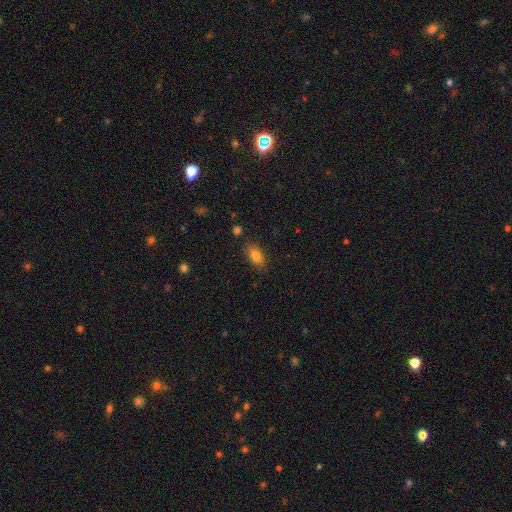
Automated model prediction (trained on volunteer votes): A smooth galaxy with no disk features (82%) that is in between round and cigar-shaped (88%).

Vote fractions:
- Smooth or featured? smooth: 82% / star or artifact: 10% / featured or disk: 9%
- How rounded? in between: 88% / round: 7% / cigar-shaped: 5%
- Merging? none: 83% / minor disturbance: 12% / major disturbance: 3% / merger: 2%